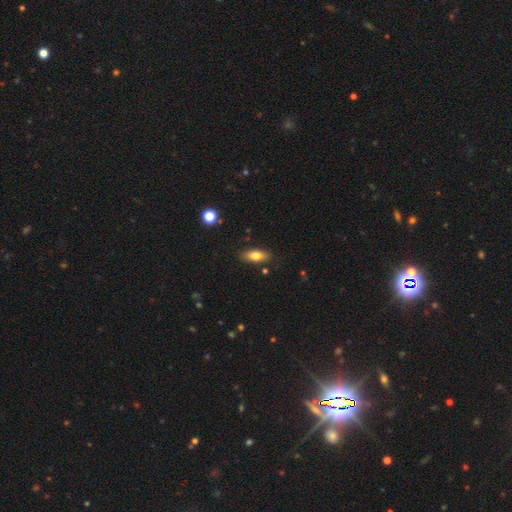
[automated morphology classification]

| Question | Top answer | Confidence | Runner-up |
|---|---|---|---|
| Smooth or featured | smooth | 76% | featured or disk (17%) |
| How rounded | in between | 79% | cigar-shaped (18%) |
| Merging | none | 85% | minor disturbance (11%) |